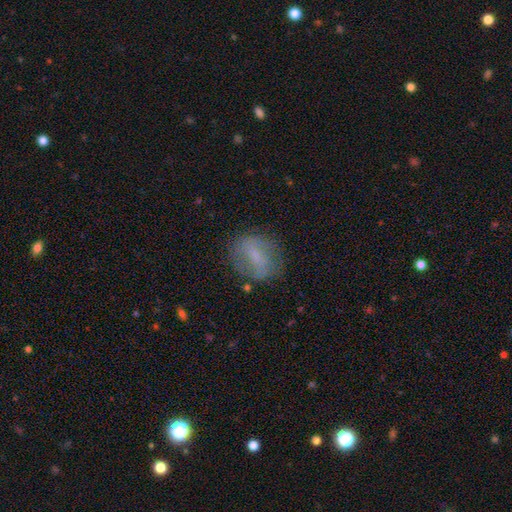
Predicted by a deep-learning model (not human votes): This is possibly a smooth galaxy (50%). Merging: likely none (71%).